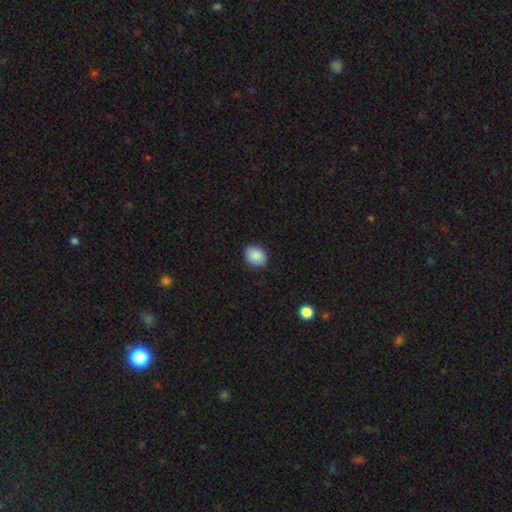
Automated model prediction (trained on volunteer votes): Smooth or featured?
  - smooth: 89% *
  - star or artifact: 8%
  - featured or disk: 4%
How rounded?
  - in between: 53% *
  - round: 46%
  - cigar-shaped: 1%
Merging?
  - none: 85% *
  - minor disturbance: 12%
  - major disturbance: 2%
  - merger: 1%